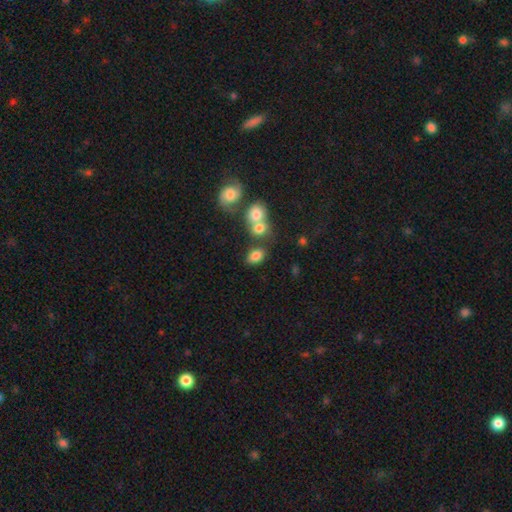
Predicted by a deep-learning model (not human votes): Morphology: type=smooth (80%); roundness=in between (78%); merging=none (59%).